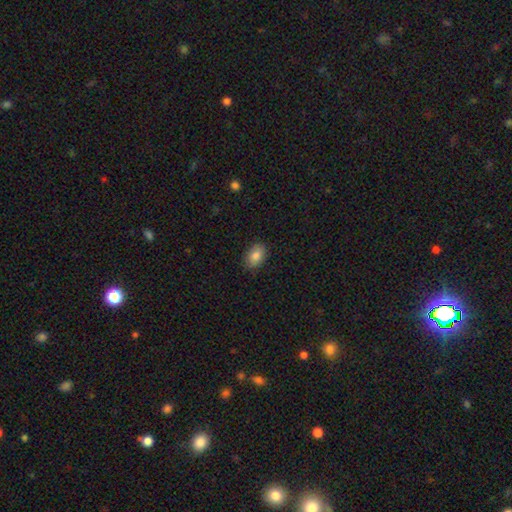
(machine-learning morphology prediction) Smooth or featured: smooth — 85% (star or artifact — 8%)
How rounded: in between — 87% (round — 12%)
Merging: none — 86% (minor disturbance — 10%)